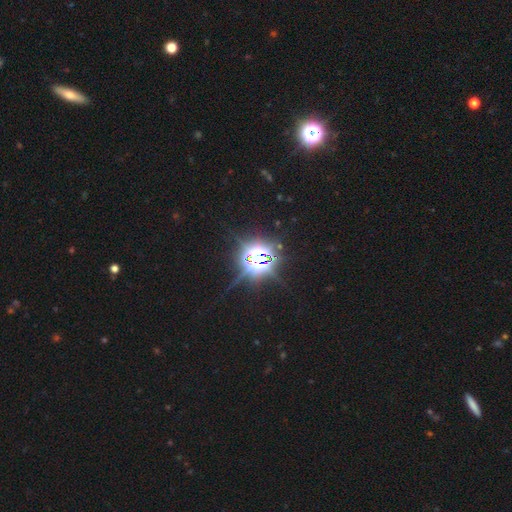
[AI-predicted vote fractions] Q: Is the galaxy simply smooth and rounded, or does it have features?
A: star or artifact — 83%.